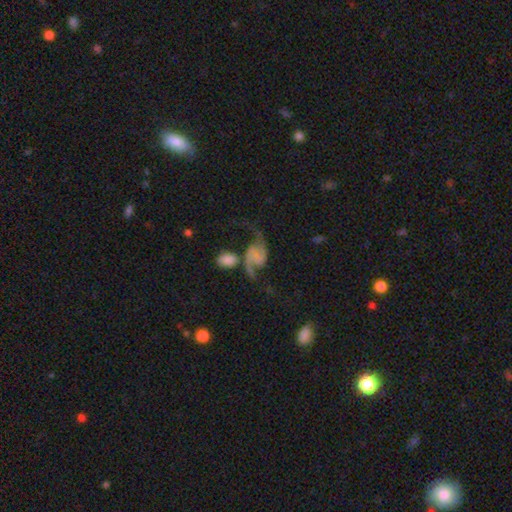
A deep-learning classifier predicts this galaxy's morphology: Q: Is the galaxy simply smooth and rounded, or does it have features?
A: featured or disk — 79%.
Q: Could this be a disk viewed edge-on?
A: no — 97%.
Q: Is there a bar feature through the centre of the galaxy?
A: no — 54%.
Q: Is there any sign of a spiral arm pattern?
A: yes — 94%.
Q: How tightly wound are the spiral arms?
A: loose — 83%.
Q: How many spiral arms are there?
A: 2 — 92%.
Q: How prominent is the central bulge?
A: none — 60%.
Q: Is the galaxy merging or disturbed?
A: none — 44%.